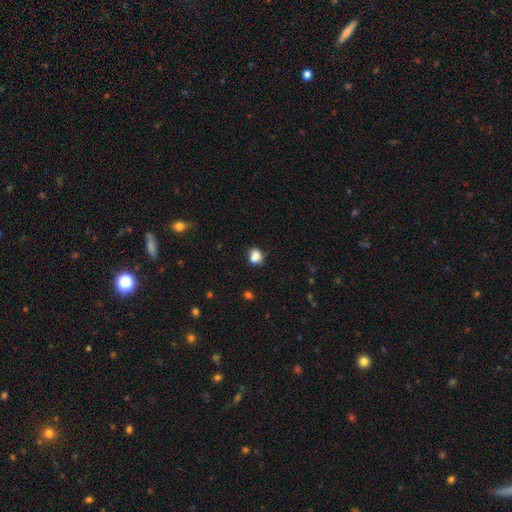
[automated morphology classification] smooth 84%, star or artifact 11%, featured or disk 6%. Down the decision tree: how rounded — round (64%); merging — none (67%).